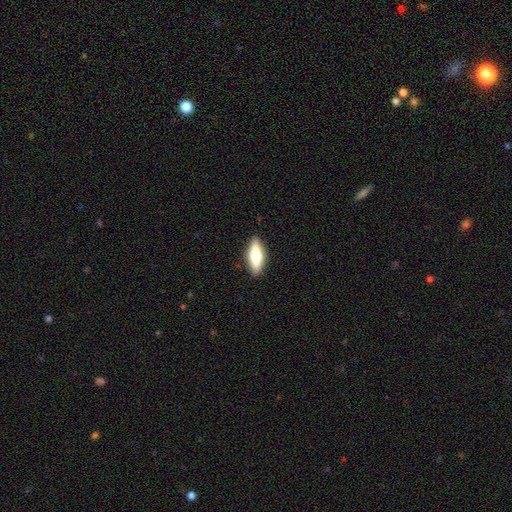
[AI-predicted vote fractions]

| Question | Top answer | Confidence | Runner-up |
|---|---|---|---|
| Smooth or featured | smooth | 55% | featured or disk (39%) |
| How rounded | in between | 60% | cigar-shaped (38%) |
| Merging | none | 89% | minor disturbance (8%) |